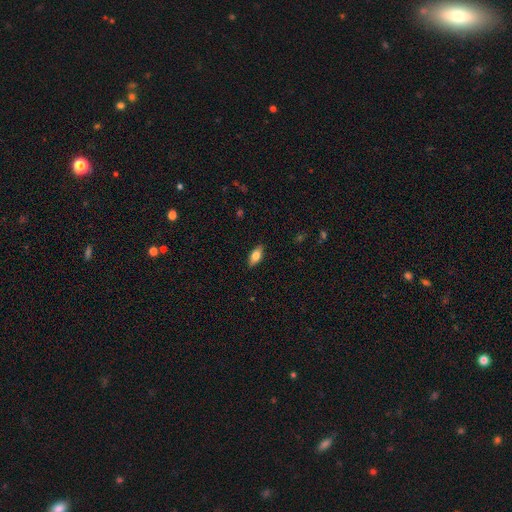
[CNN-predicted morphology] smooth_or_featured: smooth (p=0.71) [alt: featured or disk p=0.22]
how_rounded: in between (p=0.82) [alt: cigar-shaped p=0.15]
merging: none (p=0.88) [alt: minor disturbance p=0.09]